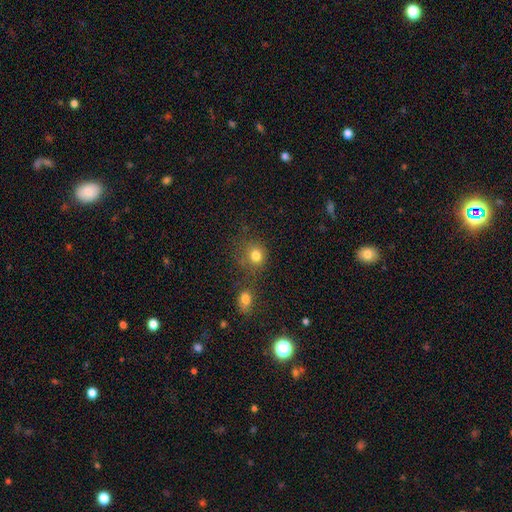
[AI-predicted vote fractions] Morphology: type=smooth (80%); roundness=round (80%); merging=none (62%).